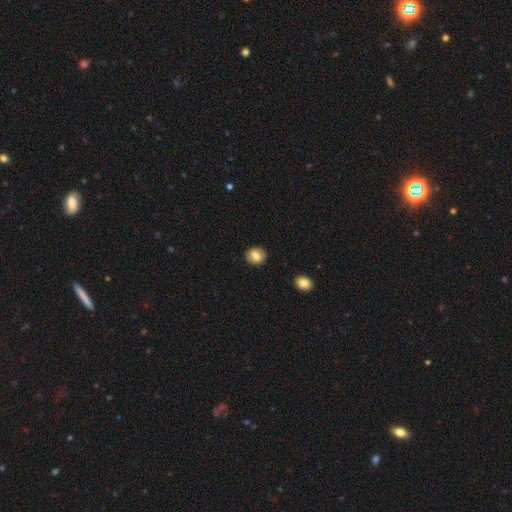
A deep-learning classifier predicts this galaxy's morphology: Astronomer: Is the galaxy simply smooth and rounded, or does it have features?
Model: smooth — 81%.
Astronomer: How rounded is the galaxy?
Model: round — 70%.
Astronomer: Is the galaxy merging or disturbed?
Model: none — 90%.